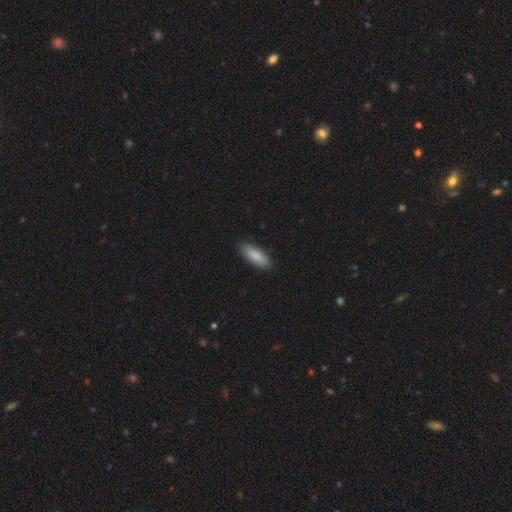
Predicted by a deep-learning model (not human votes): The model was most divided on "how rounded": in between: 74%, cigar-shaped: 24%, round: 2%. More confident: smooth or featured — smooth (88%); merging — none (86%).